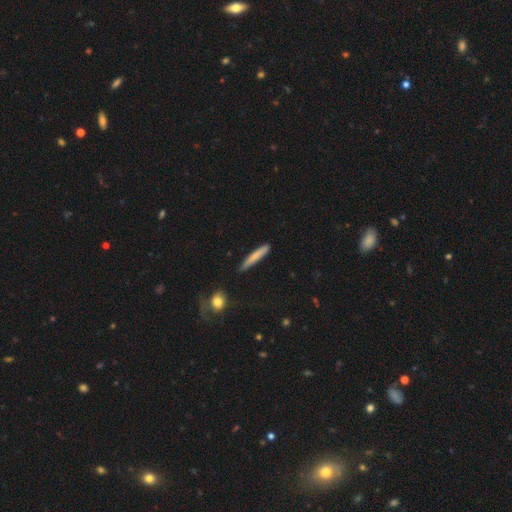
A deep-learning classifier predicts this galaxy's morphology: type=smooth (73%); roundness=cigar-shaped (94%); merging=none (80%).